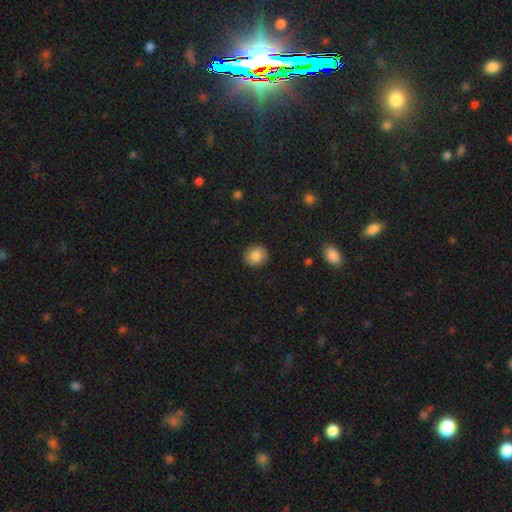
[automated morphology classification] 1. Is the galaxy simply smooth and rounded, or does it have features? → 85% smooth, 9% star or artifact, 6% featured or disk.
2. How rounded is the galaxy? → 85% round, 14% in between, 1% cigar-shaped.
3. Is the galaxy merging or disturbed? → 91% none, 6% minor disturbance, 2% major disturbance, 1% merger.